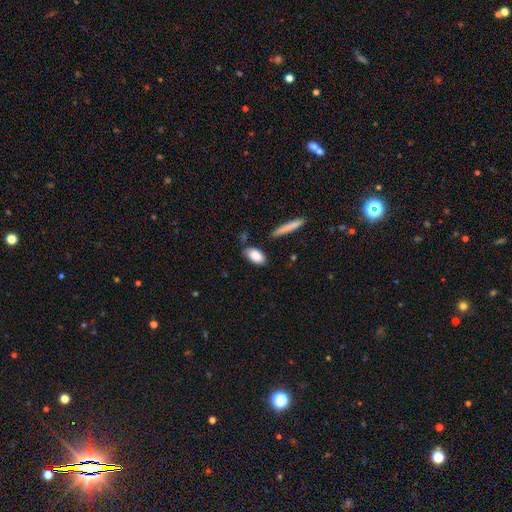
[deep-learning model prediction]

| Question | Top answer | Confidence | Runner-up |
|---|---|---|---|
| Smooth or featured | smooth | 86% | featured or disk (7%) |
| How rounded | in between | 90% | cigar-shaped (5%) |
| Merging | none | 76% | minor disturbance (16%) |